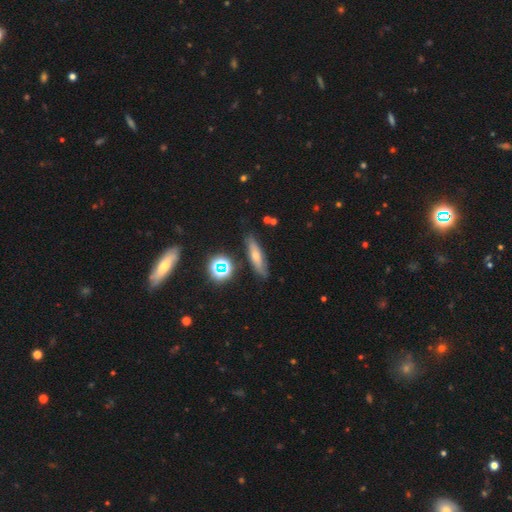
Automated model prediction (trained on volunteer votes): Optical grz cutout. It shows a smooth galaxy with no disk features (44%). Merging: none (83%).